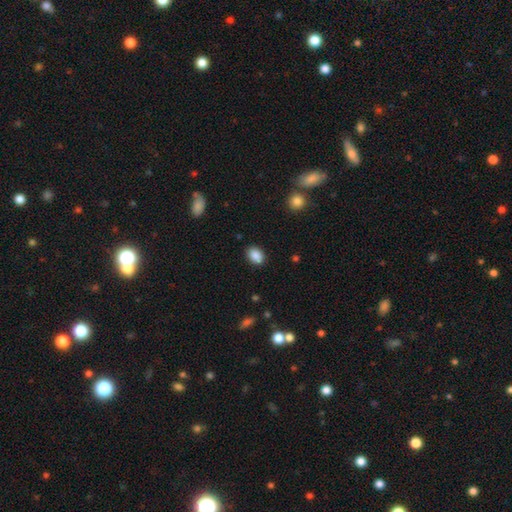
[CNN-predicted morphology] A smooth galaxy with no disk features (88%) that is in between round and cigar-shaped (79%).

Vote fractions:
- Smooth or featured? smooth: 88% / star or artifact: 8% / featured or disk: 3%
- How rounded? in between: 79% / round: 20% / cigar-shaped: 1%
- Merging? none: 86% / minor disturbance: 10% / major disturbance: 2% / merger: 1%